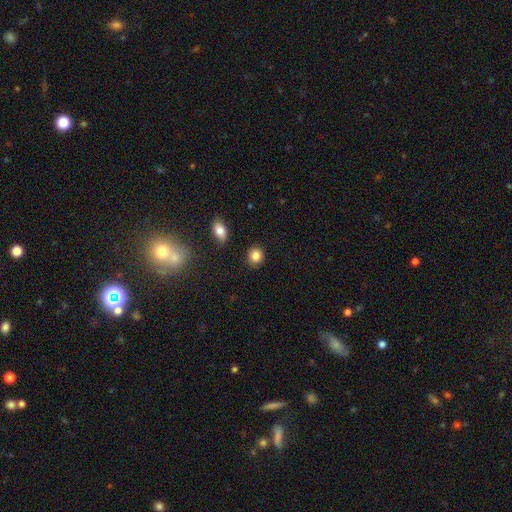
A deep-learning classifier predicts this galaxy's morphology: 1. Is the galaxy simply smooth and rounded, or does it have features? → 86% smooth, 10% star or artifact, 5% featured or disk.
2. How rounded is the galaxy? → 81% round, 18% in between, 1% cigar-shaped.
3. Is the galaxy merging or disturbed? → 88% none, 8% minor disturbance, 2% major disturbance, 2% merger.